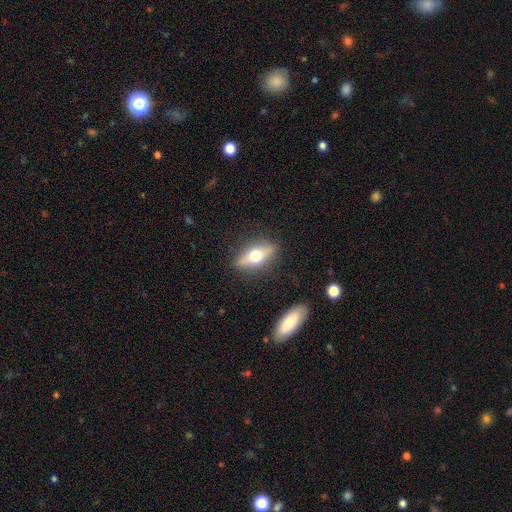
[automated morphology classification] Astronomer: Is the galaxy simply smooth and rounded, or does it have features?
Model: featured or disk — 53% (runner-up: smooth, 40%).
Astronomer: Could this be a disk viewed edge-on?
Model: yes — 87%.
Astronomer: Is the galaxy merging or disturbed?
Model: none — 87%.